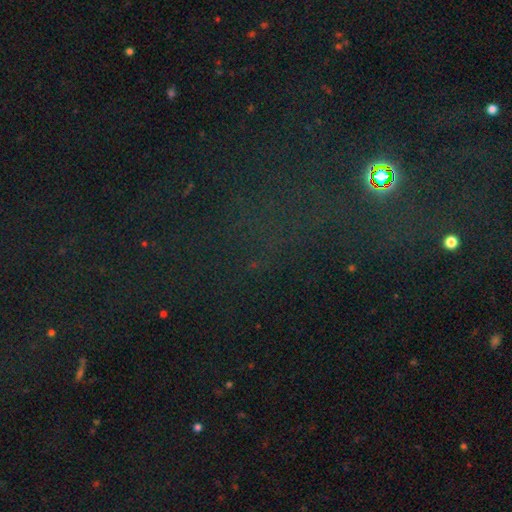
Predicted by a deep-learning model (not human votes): Q: Smooth or featured?
A: star or artifact (74%); runner-up: smooth (16%)